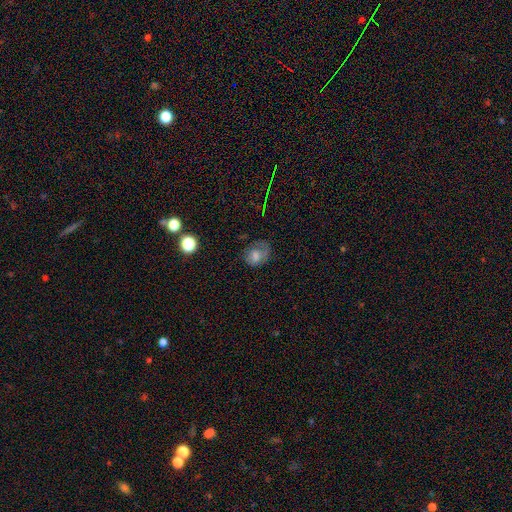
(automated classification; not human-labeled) Smooth or featured? smooth (56%)
How rounded? in between (49%, tied with round)
Merging? none (48%)